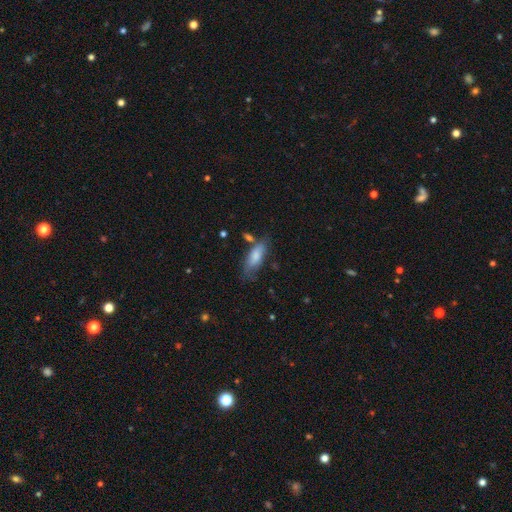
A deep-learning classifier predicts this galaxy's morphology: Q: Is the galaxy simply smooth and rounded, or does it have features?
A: smooth — 77%.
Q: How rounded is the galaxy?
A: in between — 69%.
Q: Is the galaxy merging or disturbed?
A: none — 54%.